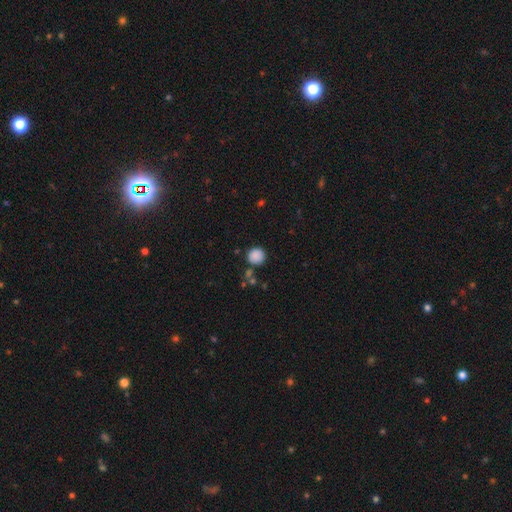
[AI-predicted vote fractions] Smooth or featured? smooth (87%)
How rounded? round (91%)
Merging? none (78%)